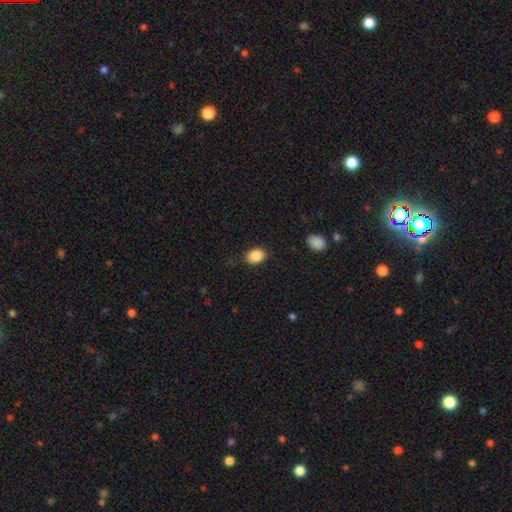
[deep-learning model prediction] Smooth or featured: smooth — 88% (star or artifact — 8%)
How rounded: in between — 64% (round — 35%)
Merging: none — 83% (minor disturbance — 12%)